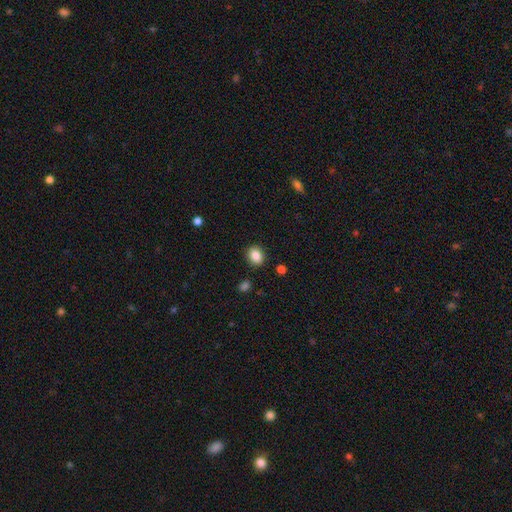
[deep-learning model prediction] smooth 86%, star or artifact 9%, featured or disk 5%. Down the decision tree: how rounded — round (56%); merging — none (87%).